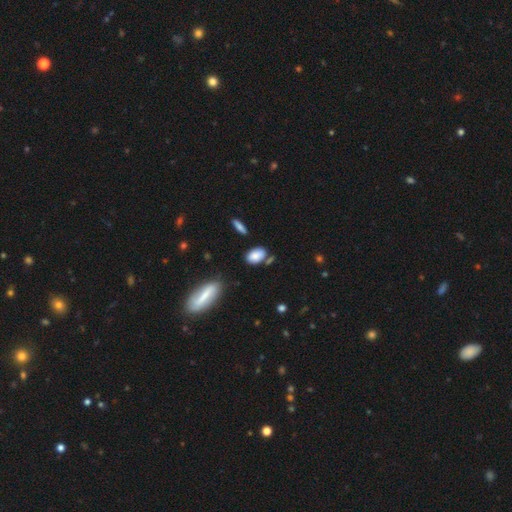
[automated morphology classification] smooth_or_featured: smooth (p=0.83) [alt: featured or disk p=0.09]
how_rounded: in between (p=0.85) [alt: round p=0.12]
merging: none (p=0.68) [alt: minor disturbance p=0.18]